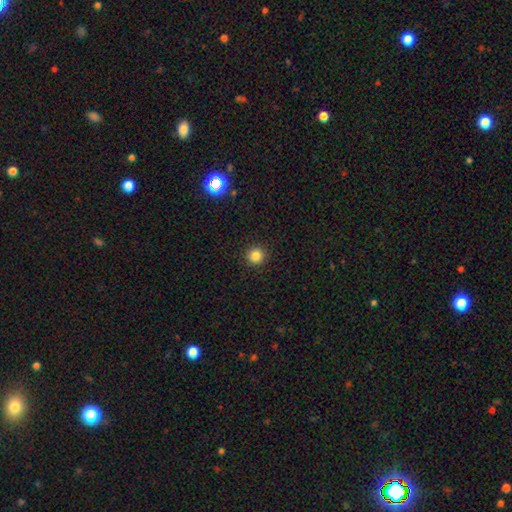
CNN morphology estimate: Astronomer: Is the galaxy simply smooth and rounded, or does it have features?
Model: smooth — 84%.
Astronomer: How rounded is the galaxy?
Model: round — 95%.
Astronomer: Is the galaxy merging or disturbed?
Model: none — 92%.